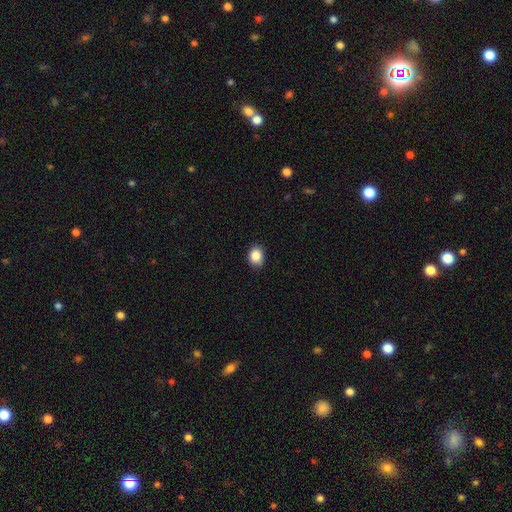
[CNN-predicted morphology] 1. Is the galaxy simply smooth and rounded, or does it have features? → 87% smooth, 9% star or artifact, 4% featured or disk.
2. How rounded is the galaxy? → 50% in between, 49% round, 1% cigar-shaped.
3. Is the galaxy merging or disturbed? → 83% none, 13% minor disturbance, 2% major disturbance, 1% merger.